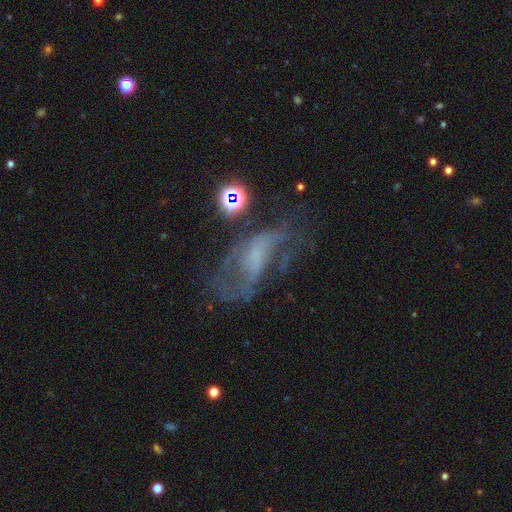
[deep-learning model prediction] The model was most divided on "merging" (2-way tie): major disturbance: 37%, none: 37%, minor disturbance: 19%, merger: 7%. More confident: edge-on disk — no (94%); smooth or featured — featured or disk (62%); spiral arms — yes (61%); bar — no (59%); bulge size — none (52%).